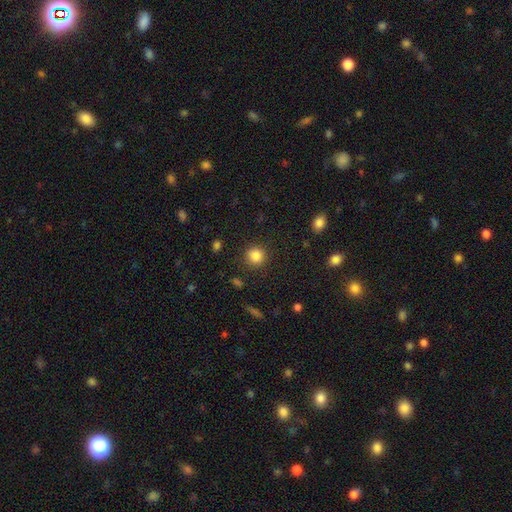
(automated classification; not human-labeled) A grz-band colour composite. It shows a smooth galaxy with no disk features (85%) that is round (90%). Merging: none (88%).